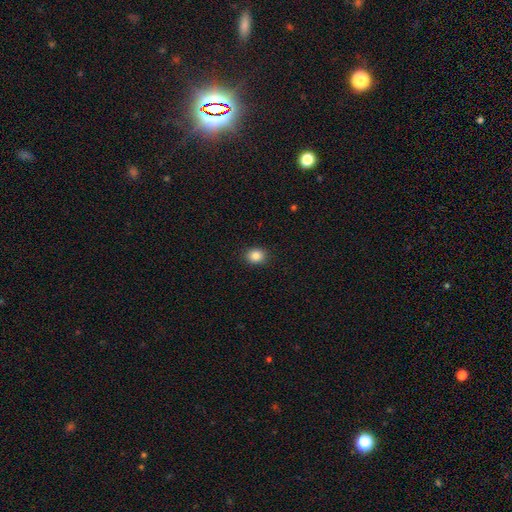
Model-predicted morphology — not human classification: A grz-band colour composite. It shows a smooth galaxy with no disk features (86%) that is round (59%). Merging: none (90%).